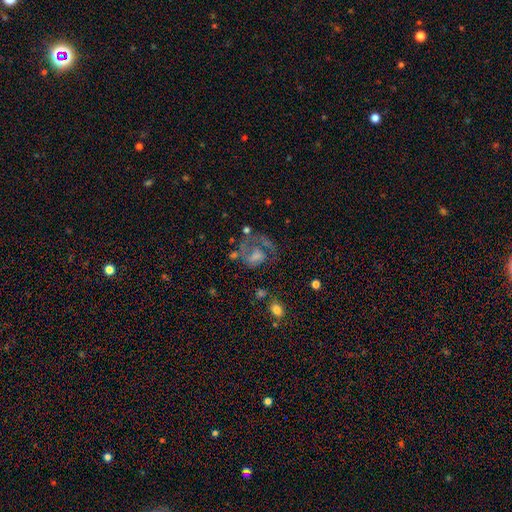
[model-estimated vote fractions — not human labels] This appears to be a featured or disk galaxy (60%) with no bar (71%), spiral arms (57%) and no central bulge (33%). Merging: none (38%).